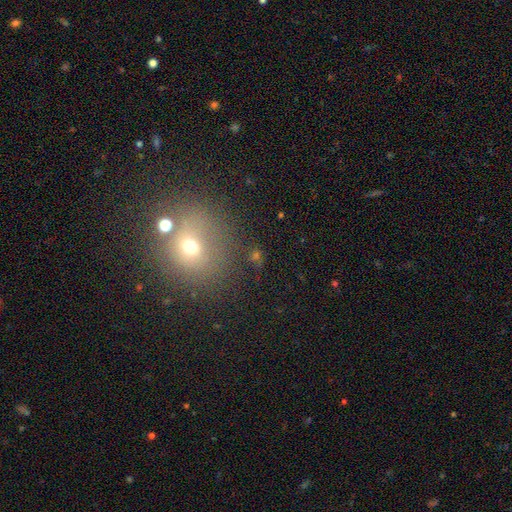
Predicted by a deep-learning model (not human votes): smooth_or_featured: smooth (p=0.52) [alt: star or artifact p=0.34]
how_rounded: round (p=0.71) [alt: in between p=0.27]
merging: none (p=0.72) [alt: minor disturbance p=0.12]